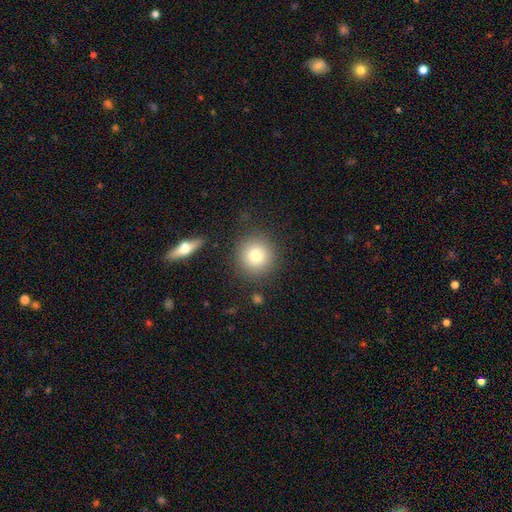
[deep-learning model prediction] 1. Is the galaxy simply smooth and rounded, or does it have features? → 79% smooth, 11% featured or disk, 10% star or artifact.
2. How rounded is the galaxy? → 93% round, 6% in between, 1% cigar-shaped.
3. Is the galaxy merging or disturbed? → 85% none, 9% minor disturbance, 3% major disturbance, 3% merger.